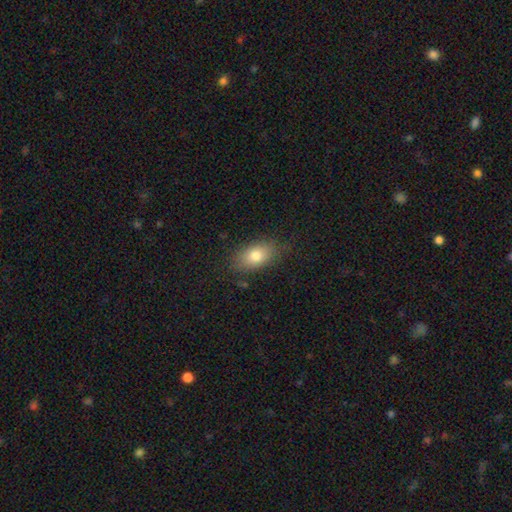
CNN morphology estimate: Smooth or featured?
  - smooth: 78% *
  - featured or disk: 13%
  - star or artifact: 9%
How rounded?
  - in between: 86% *
  - round: 11%
  - cigar-shaped: 3%
Merging?
  - none: 81% *
  - minor disturbance: 14%
  - major disturbance: 4%
  - merger: 1%